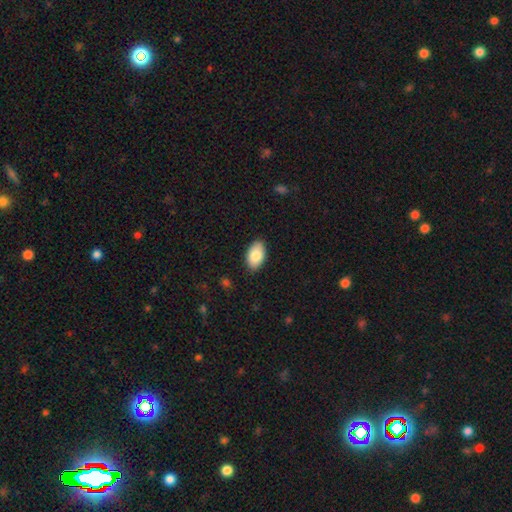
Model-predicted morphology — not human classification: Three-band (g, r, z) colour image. It shows a smooth galaxy with no disk features (83%) that is in between round and cigar-shaped (94%). Merging: none (87%).